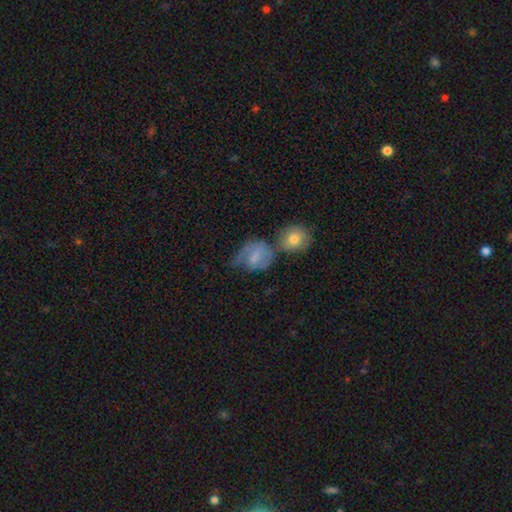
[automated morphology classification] A smooth galaxy with no disk features (61%) that is round (52%). Merging: none (31%).